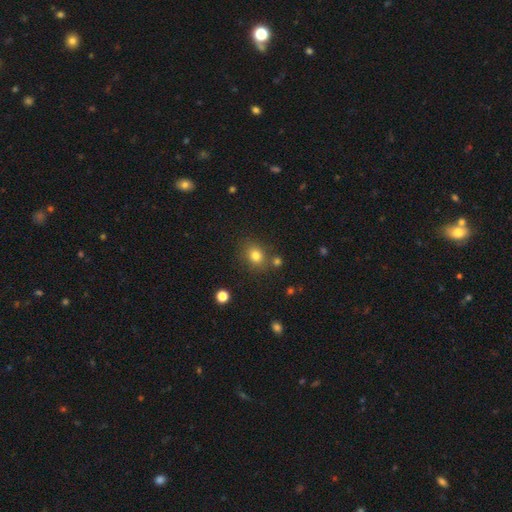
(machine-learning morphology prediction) smooth-or-featured: smooth: 79% | star or artifact: 13% | featured or disk: 8%
  how-rounded: round: 59% | in between: 40% | cigar-shaped: 1%
  merging: none: 76% | minor disturbance: 11% | merger: 9% | major disturbance: 4%